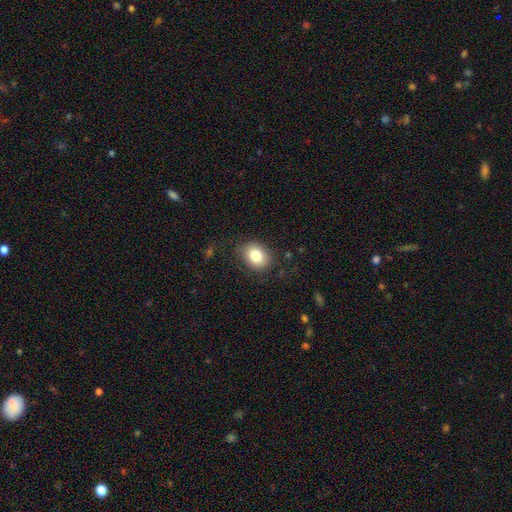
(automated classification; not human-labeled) The model was most divided on "how rounded": in between: 62%, round: 37%, cigar-shaped: 1%. More confident: merging — none (82%); smooth or featured — smooth (81%).